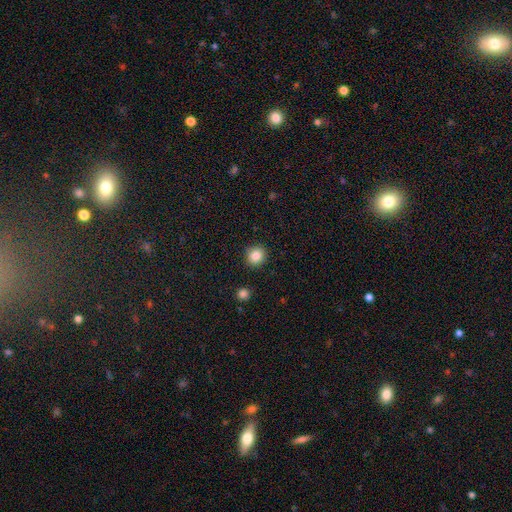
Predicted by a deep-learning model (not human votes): Morphology: type=smooth (86%); roundness=round (91%); merging=none (90%).